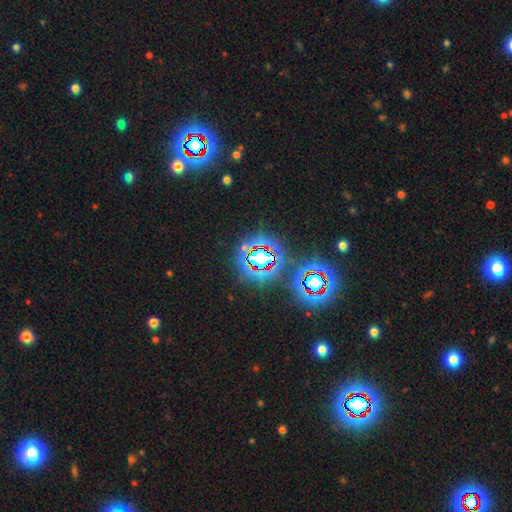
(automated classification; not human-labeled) Smooth or featured?
  - star or artifact: 80% *
  - smooth: 12%
  - featured or disk: 9%